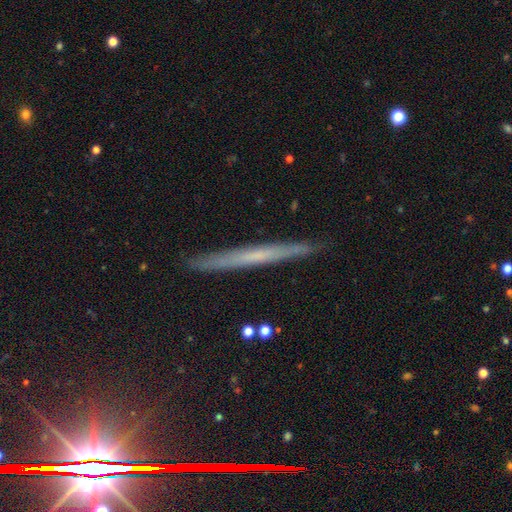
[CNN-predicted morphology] type=featured or disk (55%); edge-on=yes (96%); edge-on bulge=none (82%); merging=none (90%).